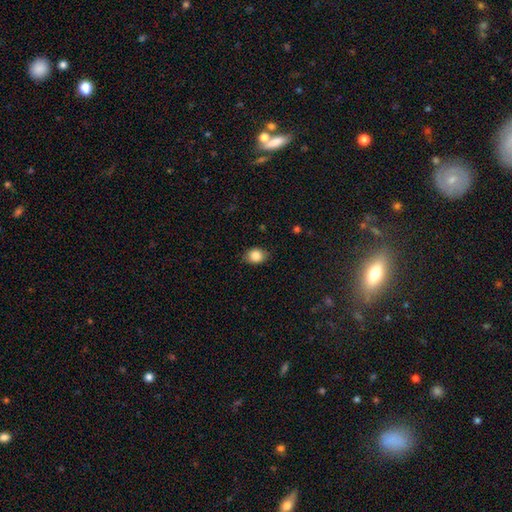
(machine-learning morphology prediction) type=smooth (86%); roundness=in between (56%); merging=none (81%).